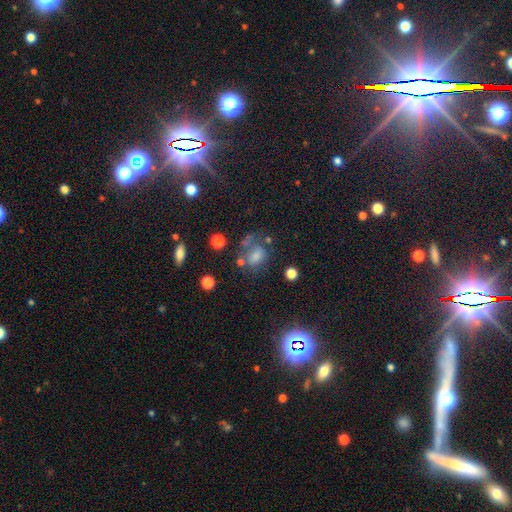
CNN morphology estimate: A smooth galaxy with no disk features (50%). Merging: none (49%).